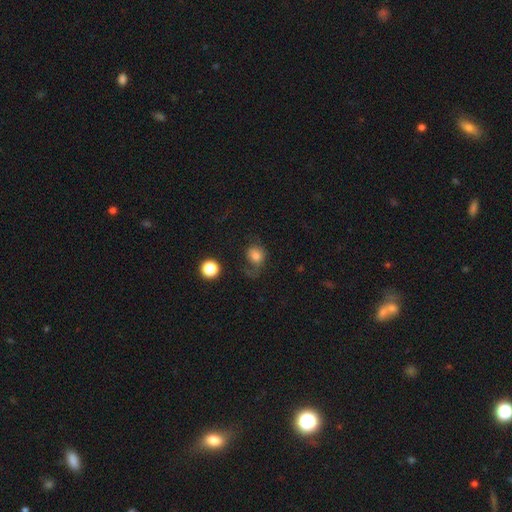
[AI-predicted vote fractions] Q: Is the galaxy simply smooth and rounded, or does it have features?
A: smooth — 72%.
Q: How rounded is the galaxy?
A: round — 66%.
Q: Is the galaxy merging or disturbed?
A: major disturbance — 36%, tied with none.